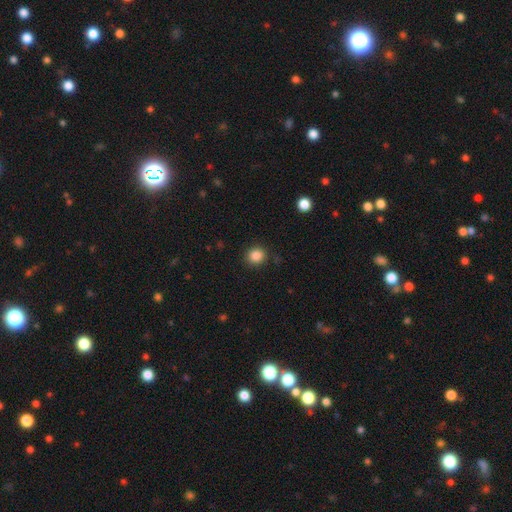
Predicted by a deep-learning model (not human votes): A smooth galaxy with no disk features (85%) that is round (85%).

Vote fractions:
- Smooth or featured? smooth: 85% / star or artifact: 11% / featured or disk: 4%
- How rounded? round: 85% / in between: 14% / cigar-shaped: 1%
- Merging? none: 89% / minor disturbance: 8% / major disturbance: 2% / merger: 1%